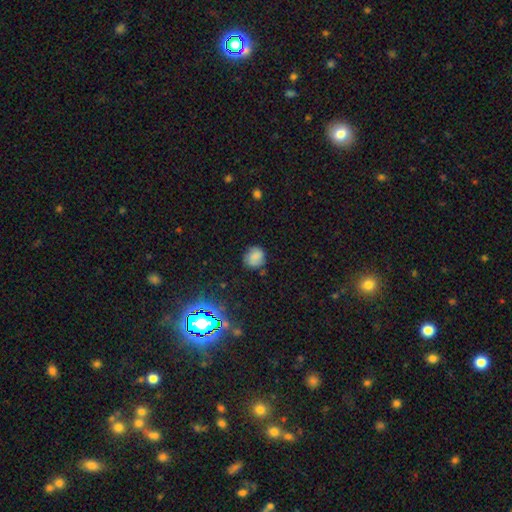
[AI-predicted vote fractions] The model was most divided on "merging": none: 74%, minor disturbance: 19%, major disturbance: 5%, merger: 2%. More confident: how rounded — round (84%); smooth or featured — smooth (76%).